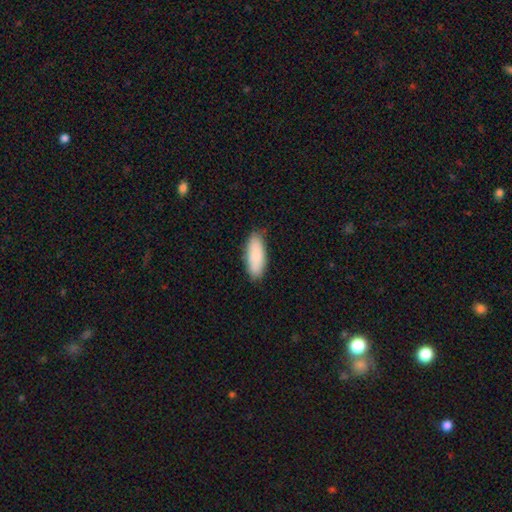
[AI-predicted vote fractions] This appears to be a smooth galaxy with no disk features (88%) that is in between round and cigar-shaped (73%). Merging: none (82%).